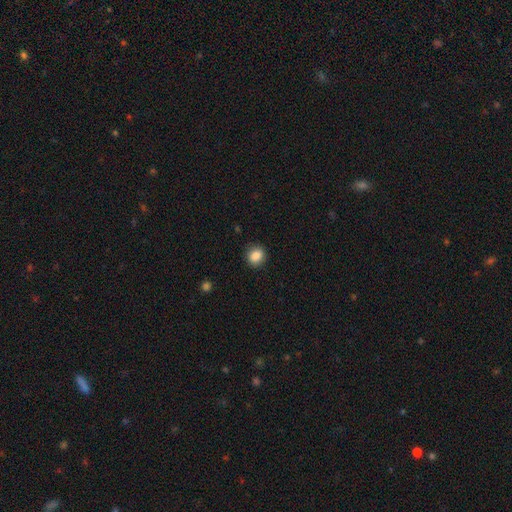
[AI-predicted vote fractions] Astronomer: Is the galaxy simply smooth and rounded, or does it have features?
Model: smooth — 87%.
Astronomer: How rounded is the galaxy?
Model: round — 73%.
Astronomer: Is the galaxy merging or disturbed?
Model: none — 88%.